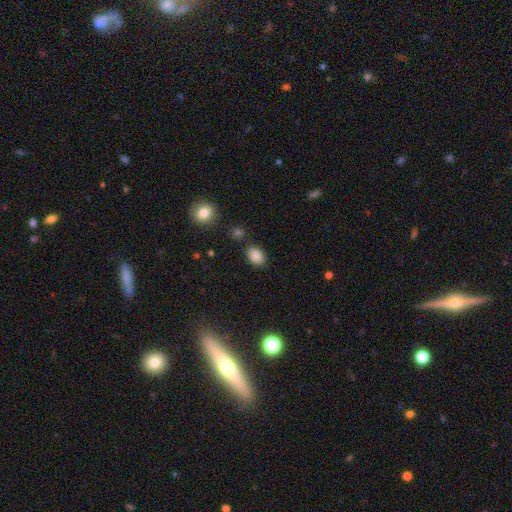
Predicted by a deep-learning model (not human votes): Smooth or featured? Predicted: smooth (p=0.88). How rounded? Predicted: in between (p=0.82). Merging? Predicted: none (p=0.82).